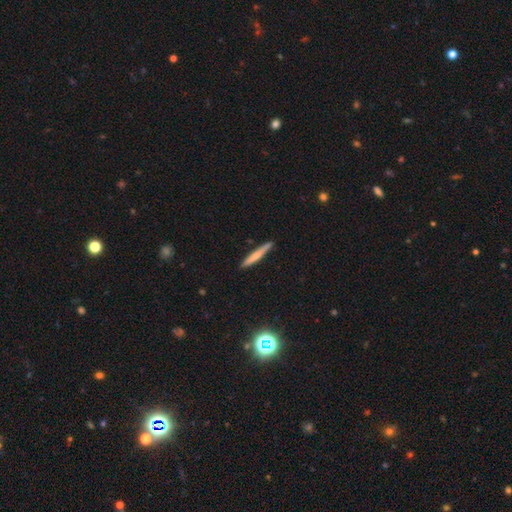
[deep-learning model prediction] This appears to be a smooth galaxy with no disk features (62%) that is cigar-shaped (95%). Merging: none (87%).